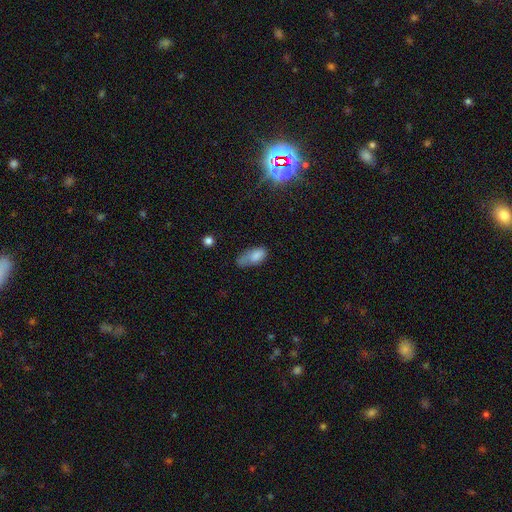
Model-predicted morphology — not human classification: Smooth or featured? smooth (79%)
How rounded? in between (88%)
Merging? minor disturbance (38%)